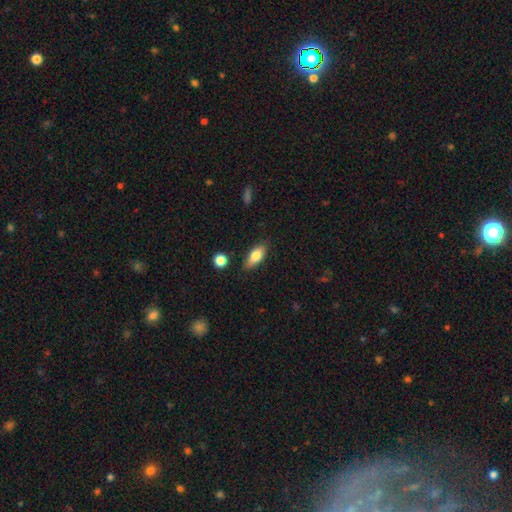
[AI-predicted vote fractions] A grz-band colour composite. It shows a smooth galaxy with no disk features (79%) that is in between round and cigar-shaped (81%). Merging: none (82%).